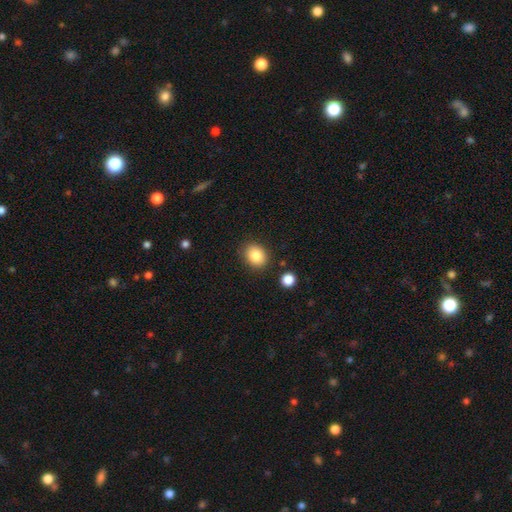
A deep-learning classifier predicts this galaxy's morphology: The model was most divided on "how rounded": round: 54%, in between: 45%, cigar-shaped: 1%. More confident: merging — none (86%); smooth or featured — smooth (84%).